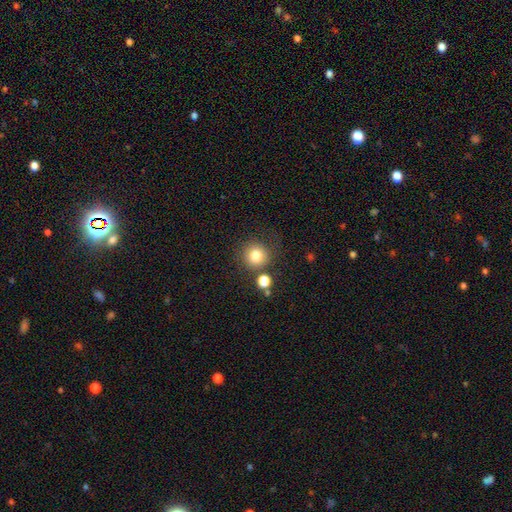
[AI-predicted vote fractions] This appears to be a smooth galaxy with no disk features (80%) that is round (93%). Merging: none (74%).